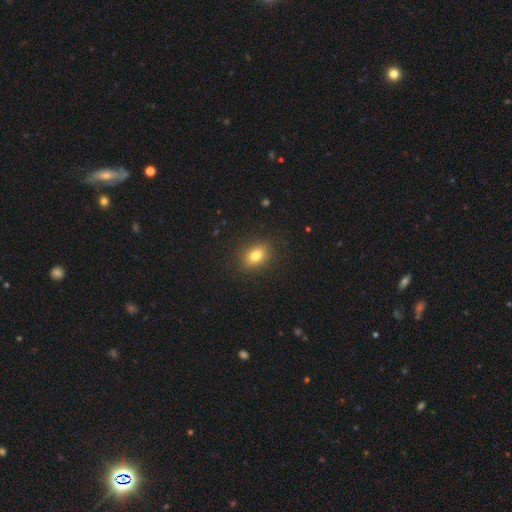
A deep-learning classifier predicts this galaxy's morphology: A smooth galaxy with no disk features (80%) that is in between round and cigar-shaped (74%).

Vote fractions:
- Smooth or featured? smooth: 80% / star or artifact: 10% / featured or disk: 10%
- How rounded? in between: 74% / round: 24% / cigar-shaped: 2%
- Merging? none: 88% / minor disturbance: 9% / major disturbance: 3% / merger: 1%